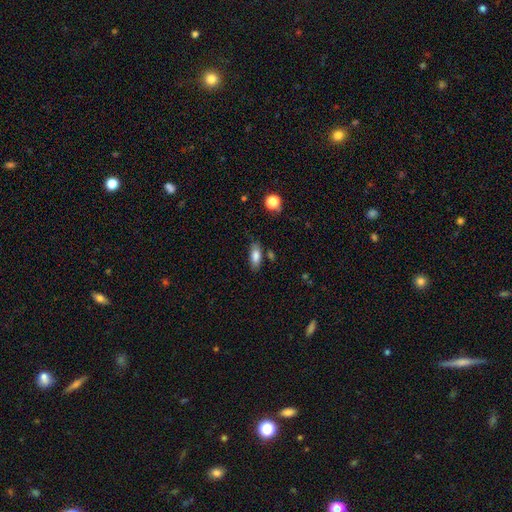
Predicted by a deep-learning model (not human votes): Smooth or featured?
  - smooth: 81% *
  - featured or disk: 11%
  - star or artifact: 8%
How rounded?
  - in between: 82% *
  - cigar-shaped: 15%
  - round: 3%
Merging?
  - none: 73% *
  - minor disturbance: 18%
  - merger: 5%
  - major disturbance: 4%